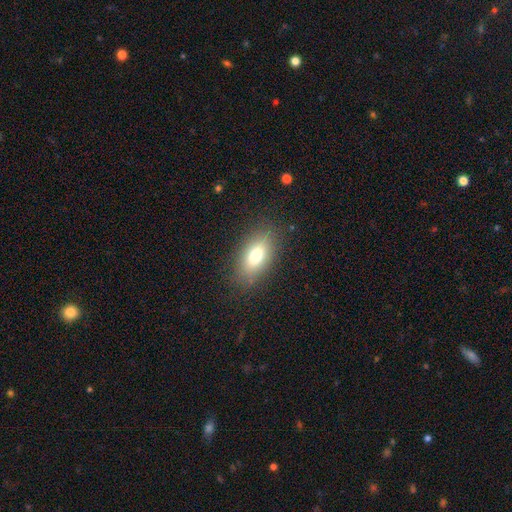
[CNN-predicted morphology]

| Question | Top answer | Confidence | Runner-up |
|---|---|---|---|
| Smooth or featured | smooth | 73% | featured or disk (17%) |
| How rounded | in between | 85% | round (8%) |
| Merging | none | 83% | minor disturbance (12%) |